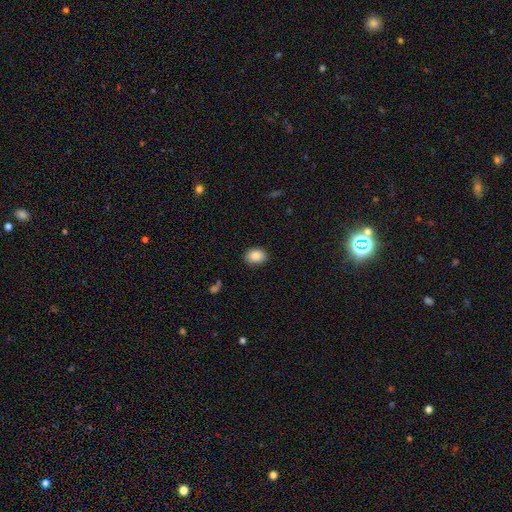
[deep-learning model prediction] Smooth or featured: smooth — 88% (star or artifact — 8%)
How rounded: in between — 70% (round — 29%)
Merging: none — 87% (minor disturbance — 9%)